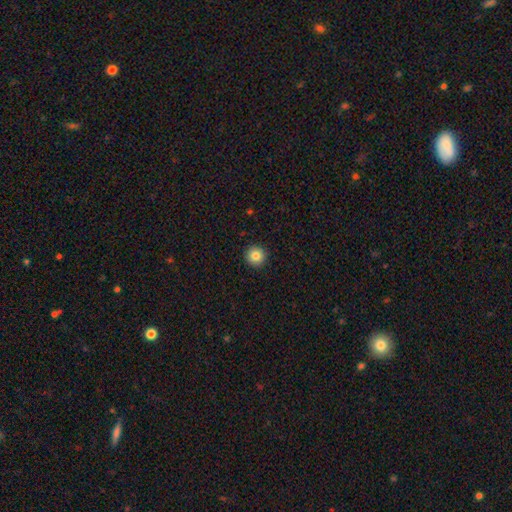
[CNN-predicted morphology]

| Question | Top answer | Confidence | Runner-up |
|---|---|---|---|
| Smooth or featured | smooth | 84% | star or artifact (10%) |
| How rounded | round | 96% | in between (3%) |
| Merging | none | 93% | minor disturbance (4%) |